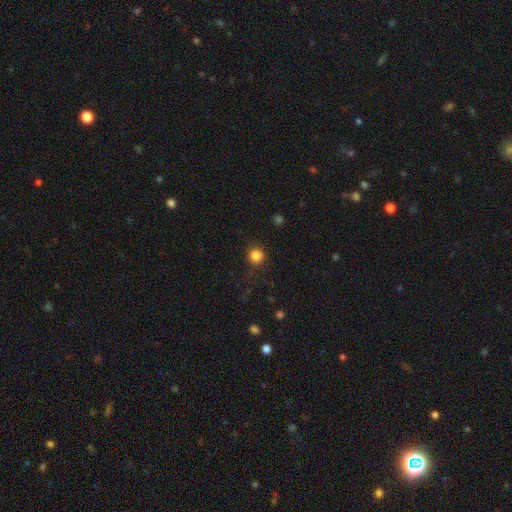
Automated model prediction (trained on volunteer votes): A smooth galaxy with no disk features (84%) that is round (94%). Merging: none (88%).